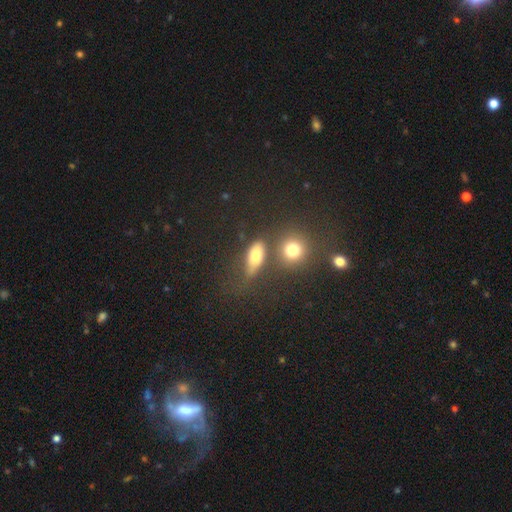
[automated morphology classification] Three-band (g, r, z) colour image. It shows a smooth galaxy with no disk features (72%) that is in between round and cigar-shaped (65%). Merging: none (58%).